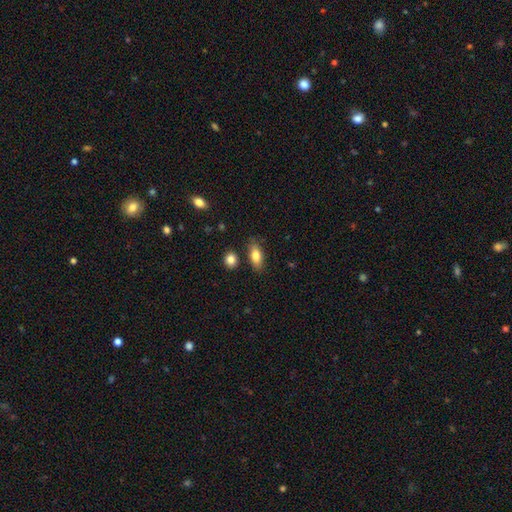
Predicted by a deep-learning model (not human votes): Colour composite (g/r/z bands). It shows a smooth galaxy with no disk features (81%) that is in between round and cigar-shaped (83%). Merging: none (79%).